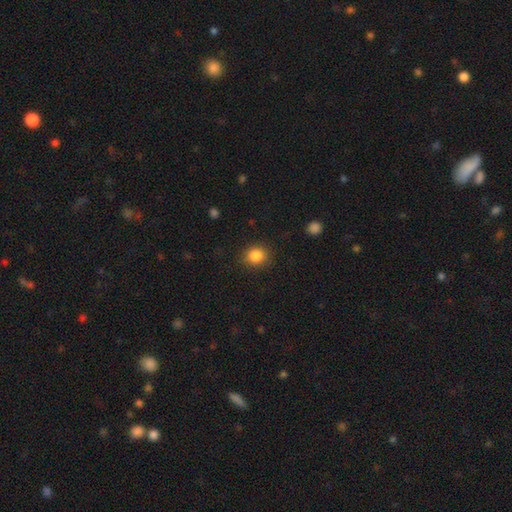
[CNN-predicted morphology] Q: Smooth or featured?
A: smooth (86%); runner-up: star or artifact (10%)
Q: How rounded?
A: round (78%); runner-up: in between (21%)
Q: Merging?
A: none (85%); runner-up: minor disturbance (11%)